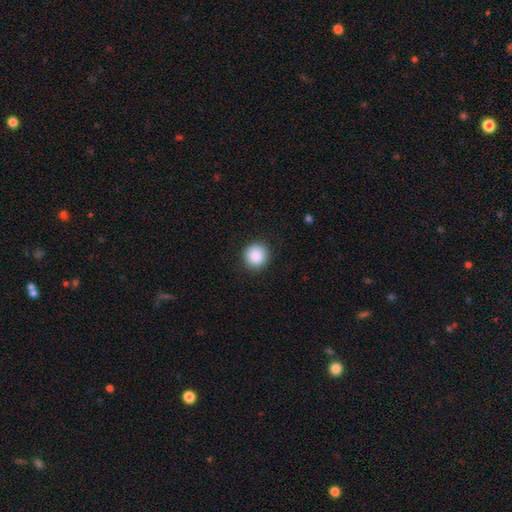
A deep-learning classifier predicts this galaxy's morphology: Smooth or featured? smooth (88%)
How rounded? round (92%)
Merging? none (90%)